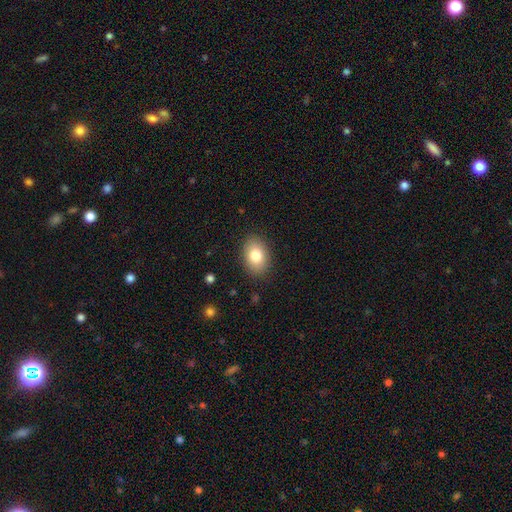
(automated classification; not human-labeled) Q: Smooth or featured?
A: smooth (82%); runner-up: featured or disk (10%)
Q: How rounded?
A: in between (82%); runner-up: round (17%)
Q: Merging?
A: none (87%); runner-up: minor disturbance (9%)